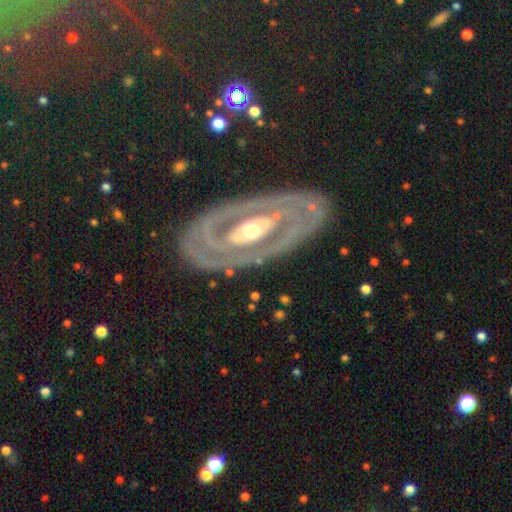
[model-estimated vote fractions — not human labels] The model was most divided on "bar": no: 39%, weak: 34%, strong: 27%. More confident: edge-on disk — no (87%); merging — none (83%); smooth or featured — featured or disk (75%); spiral arms — yes (69%); bulge size — moderate (61%).